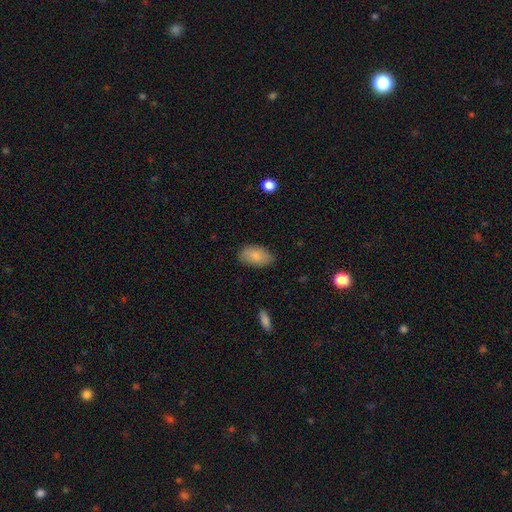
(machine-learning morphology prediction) A smooth galaxy with no disk features (84%) that is in between round and cigar-shaped (94%).

Vote fractions:
- Smooth or featured? smooth: 84% / featured or disk: 10% / star or artifact: 6%
- How rounded? in between: 94% / round: 4% / cigar-shaped: 2%
- Merging? none: 79% / minor disturbance: 17% / major disturbance: 3% / merger: 1%